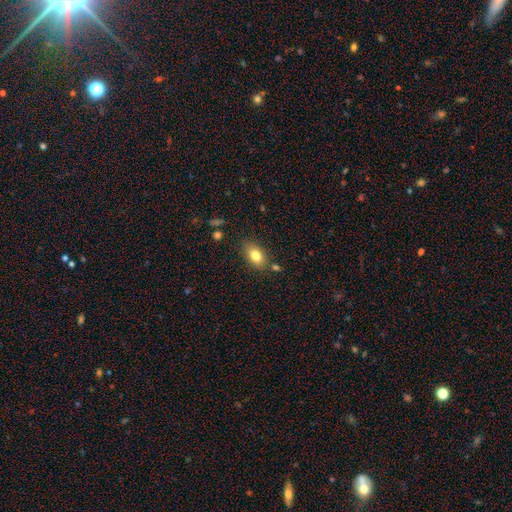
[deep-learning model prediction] Morphology: type=smooth (81%); roundness=in between (86%); merging=none (79%).